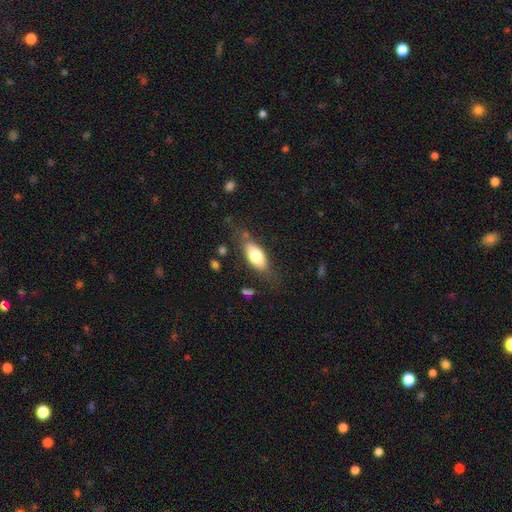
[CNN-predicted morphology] This is likely a smooth galaxy (73%). How rounded: clearly in between (81%). Merging: likely none (72%).